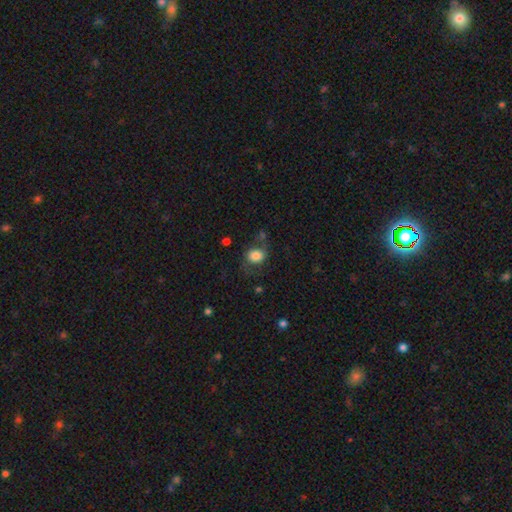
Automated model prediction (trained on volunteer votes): Smooth or featured?
  - smooth: 81% *
  - featured or disk: 11%
  - star or artifact: 9%
How rounded?
  - round: 57% *
  - in between: 42%
  - cigar-shaped: 1%
Merging?
  - none: 61% *
  - minor disturbance: 22%
  - major disturbance: 12%
  - merger: 6%